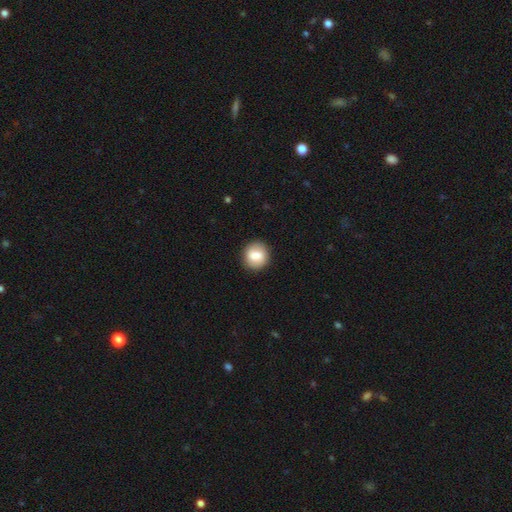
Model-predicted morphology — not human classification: smooth-or-featured: smooth: 74% | featured or disk: 19% | star or artifact: 7%
  how-rounded: round: 84% | in between: 15% | cigar-shaped: 1%
  merging: none: 87% | minor disturbance: 9% | major disturbance: 3% | merger: 1%